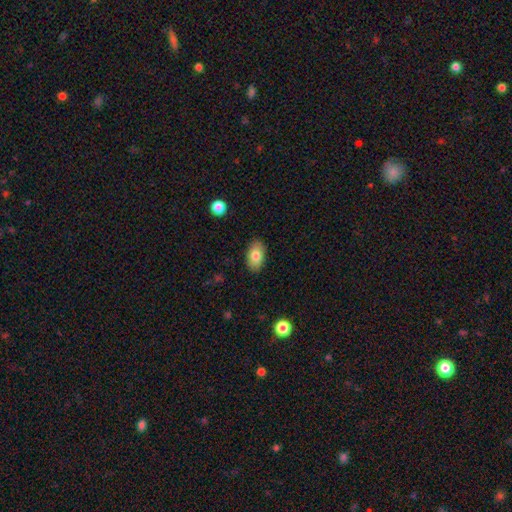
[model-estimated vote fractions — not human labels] smooth 80%, featured or disk 13%, star or artifact 7%. Down the decision tree: how rounded — in between (93%); merging — none (88%).